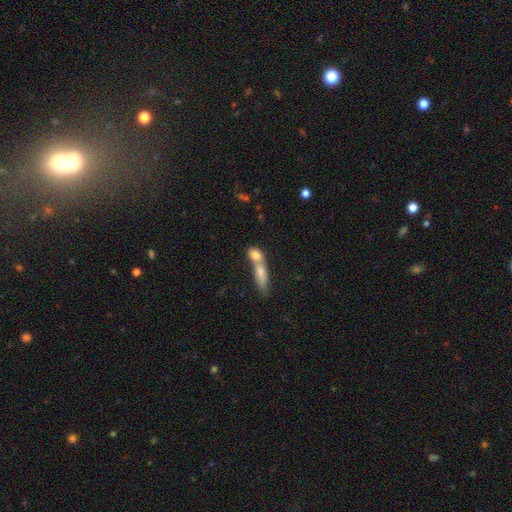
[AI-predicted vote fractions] smooth-or-featured: smooth: 75% | featured or disk: 17% | star or artifact: 8%
  how-rounded: in between: 56% | cigar-shaped: 23% | round: 21%
  merging: merger: 66% | none: 24% | minor disturbance: 7% | major disturbance: 4%